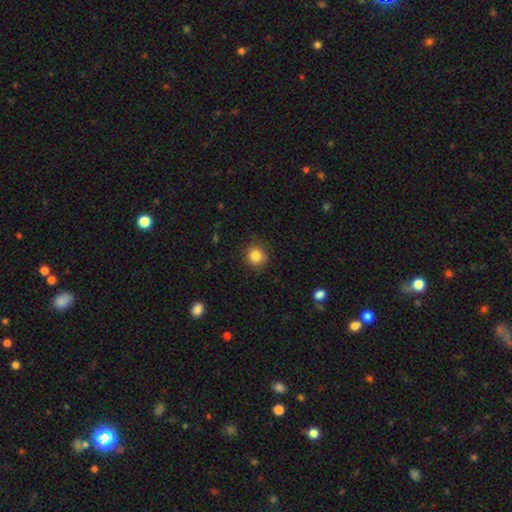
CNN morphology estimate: Smooth or featured? Predicted: smooth (p=0.85). How rounded? Predicted: round (p=0.88). Merging? Predicted: none (p=0.83).